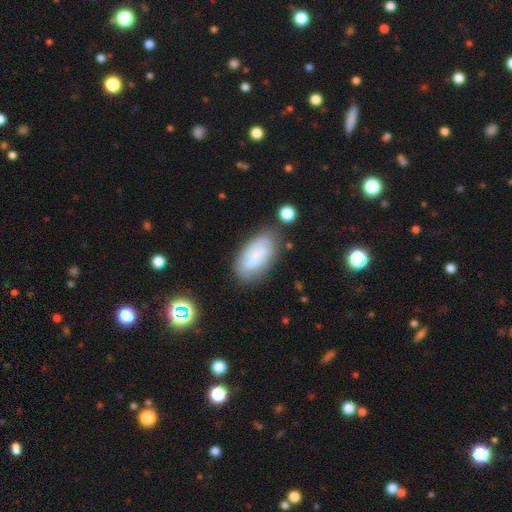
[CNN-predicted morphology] The model was most divided on "smooth or featured": smooth: 57%, featured or disk: 34%, star or artifact: 9%. More confident: how rounded — in between (91%); merging — none (72%).